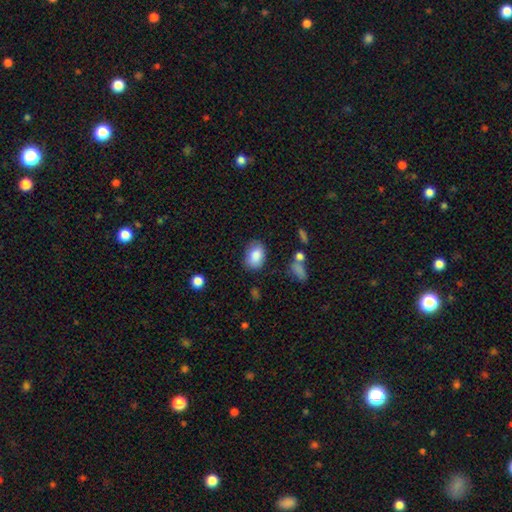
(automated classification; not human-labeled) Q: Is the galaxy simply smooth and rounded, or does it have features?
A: smooth — 86%.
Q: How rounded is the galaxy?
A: in between — 84%.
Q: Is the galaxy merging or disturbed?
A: none — 76%.